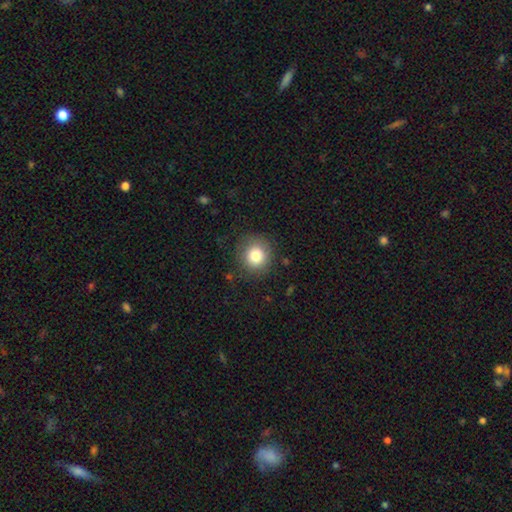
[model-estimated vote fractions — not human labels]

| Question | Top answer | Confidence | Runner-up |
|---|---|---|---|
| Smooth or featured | smooth | 81% | star or artifact (11%) |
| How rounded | round | 91% | in between (9%) |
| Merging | none | 85% | minor disturbance (10%) |